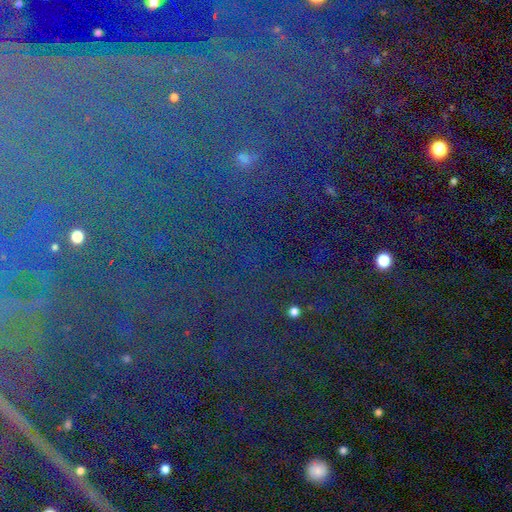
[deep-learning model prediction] Smooth or featured: star or artifact — 78% (smooth — 12%)